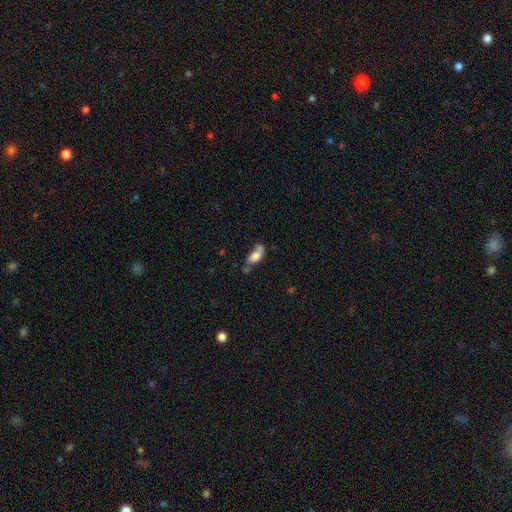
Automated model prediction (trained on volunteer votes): This is likely a smooth galaxy (70%). How rounded: clearly in between (81%). Merging: marginally none (39%).